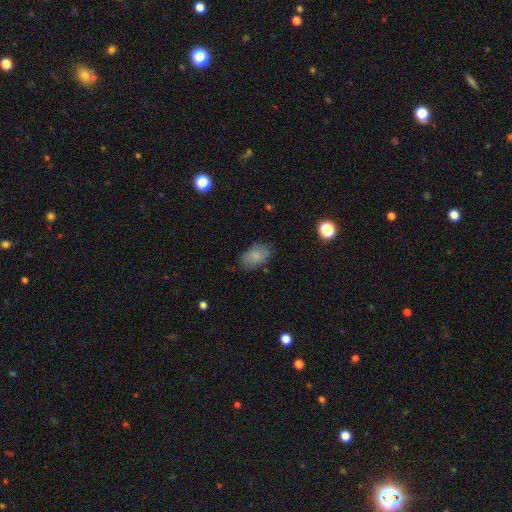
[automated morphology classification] A smooth galaxy with no disk features (82%) that is in between round and cigar-shaped (90%).

Vote fractions:
- Smooth or featured? smooth: 82% / featured or disk: 10% / star or artifact: 8%
- How rounded? in between: 90% / round: 9% / cigar-shaped: 1%
- Merging? none: 76% / minor disturbance: 18% / major disturbance: 4% / merger: 1%